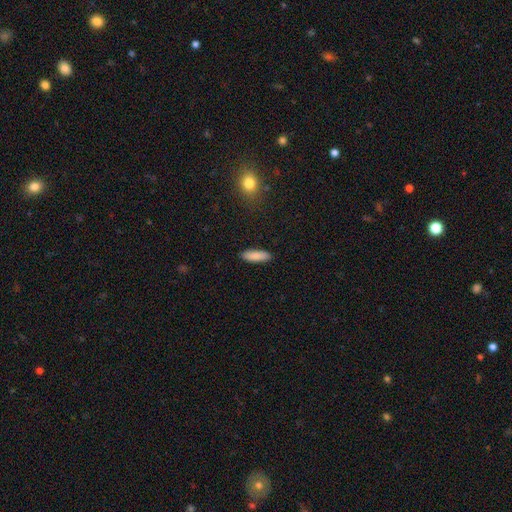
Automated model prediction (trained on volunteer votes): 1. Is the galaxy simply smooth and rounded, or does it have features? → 87% smooth, 7% featured or disk, 6% star or artifact.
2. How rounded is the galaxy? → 51% in between, 47% cigar-shaped, 2% round.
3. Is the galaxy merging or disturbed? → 90% none, 7% minor disturbance, 2% major disturbance, 1% merger.